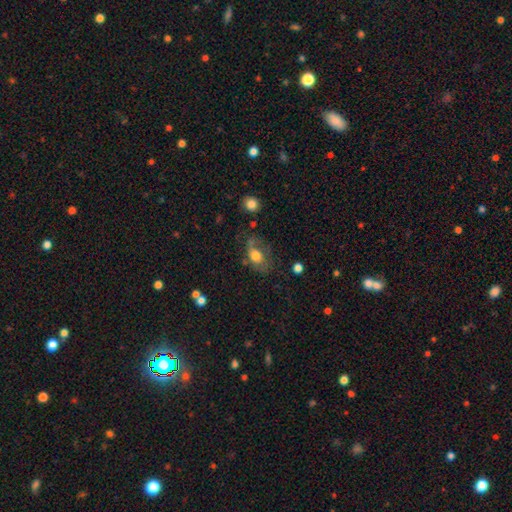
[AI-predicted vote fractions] This appears to be a smooth galaxy with no disk features (62%) that is in between round and cigar-shaped (74%). Merging: none (40%).